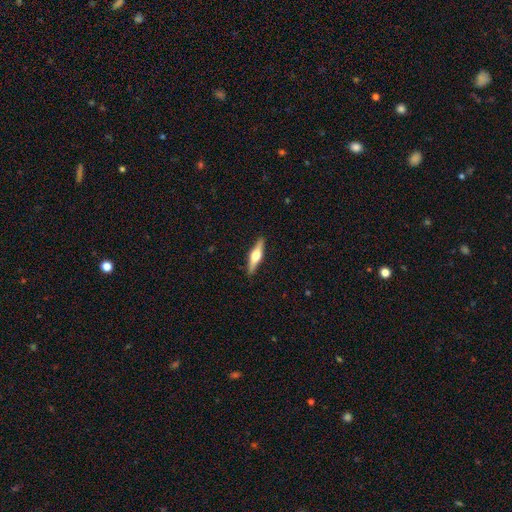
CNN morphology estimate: smooth-or-featured: featured or disk: 64% | smooth: 31% | star or artifact: 5%
  disk-edge-on: yes: 96% | no: 4%
    edge-on-bulge: rounded: 94% | boxy: 4% | none: 2%
  merging: none: 90% | minor disturbance: 7% | major disturbance: 1% | merger: 1%